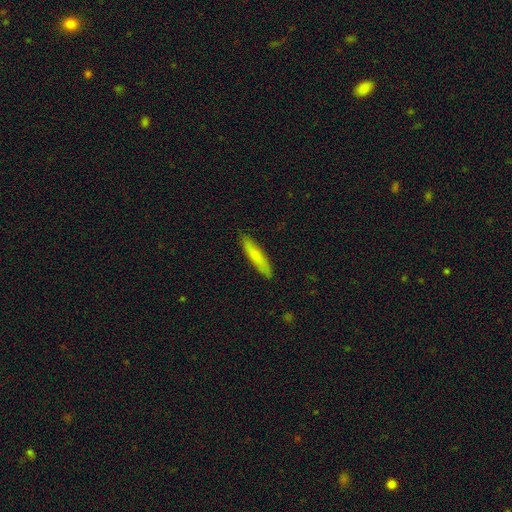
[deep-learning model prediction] The model was most divided on "smooth or featured": smooth: 77%, featured or disk: 17%, star or artifact: 6%. More confident: merging — none (88%); how rounded — cigar-shaped (86%).